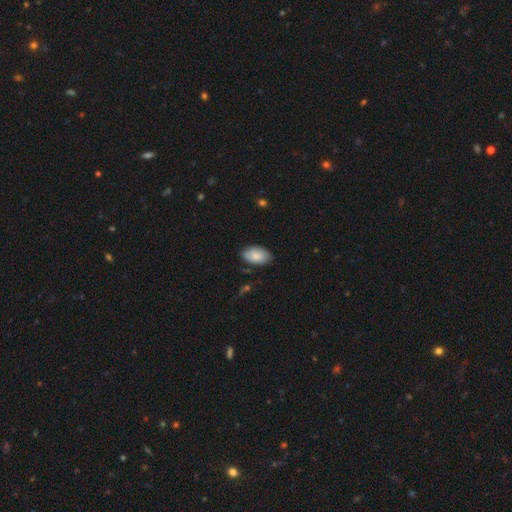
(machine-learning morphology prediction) The model was most divided on "merging": none: 79%, minor disturbance: 16%, major disturbance: 3%, merger: 1%. More confident: how rounded — in between (94%); smooth or featured — smooth (82%).